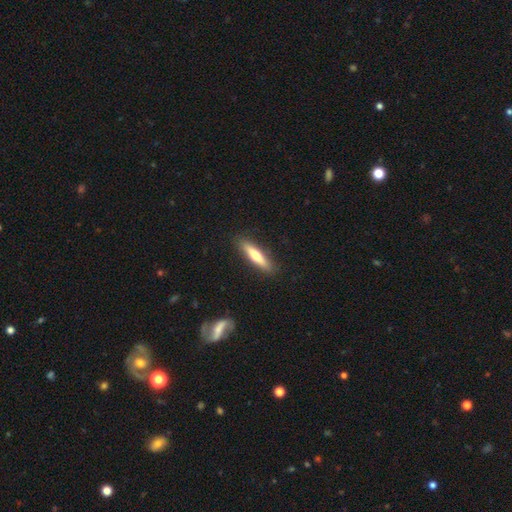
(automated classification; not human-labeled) This is possibly a smooth galaxy (59%). How rounded: clearly cigar-shaped (82%). Merging: clearly none (90%).